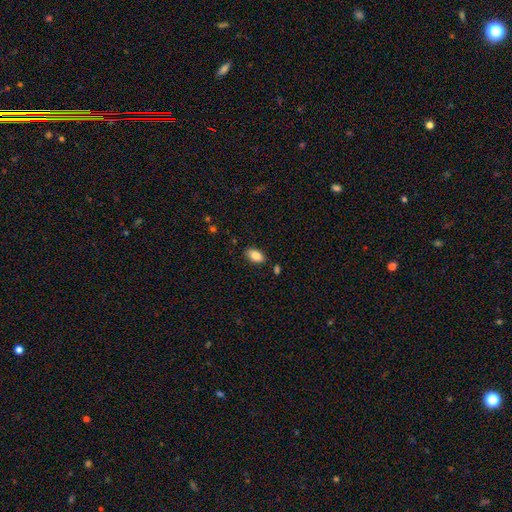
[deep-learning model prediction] Smooth or featured? Predicted: smooth (p=0.87). How rounded? Predicted: in between (p=0.93). Merging? Predicted: none (p=0.83).